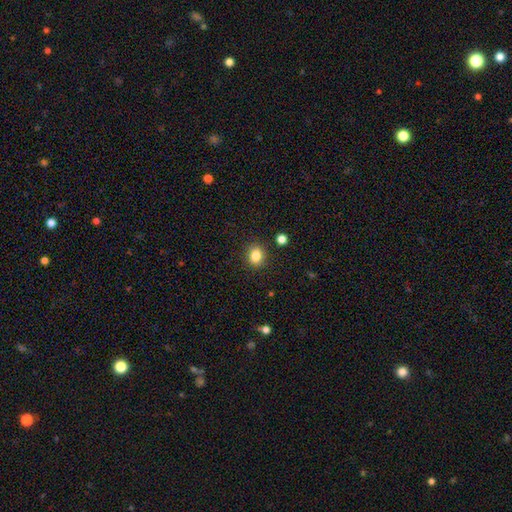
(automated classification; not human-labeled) Smooth or featured: smooth — 84% (star or artifact — 11%)
How rounded: round — 66% (in between — 33%)
Merging: none — 88% (minor disturbance — 8%)